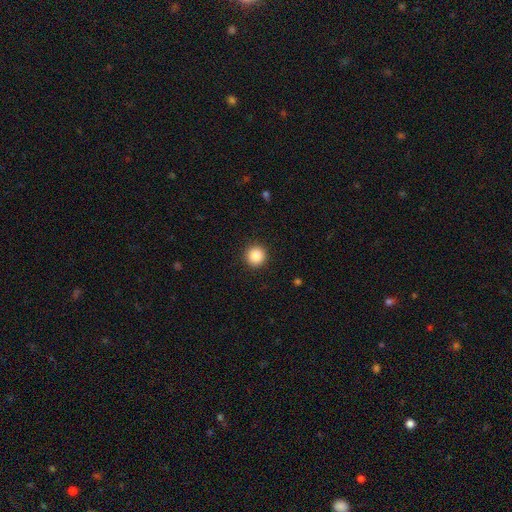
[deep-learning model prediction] This is clearly a smooth galaxy (88%). How rounded: clearly round (95%). Merging: clearly none (92%).